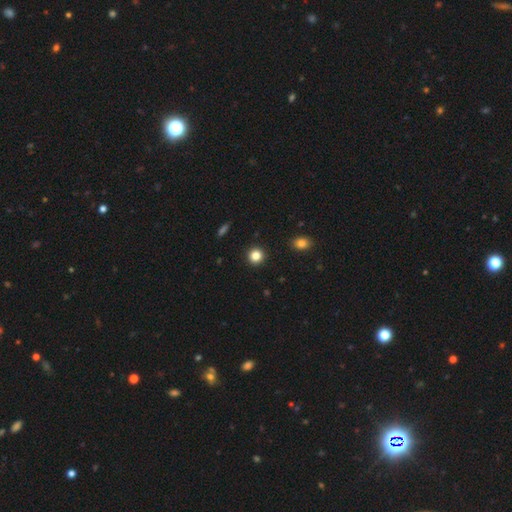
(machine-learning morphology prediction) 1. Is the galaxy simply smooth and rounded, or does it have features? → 83% smooth, 12% star or artifact, 5% featured or disk.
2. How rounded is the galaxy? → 92% round, 7% in between, 1% cigar-shaped.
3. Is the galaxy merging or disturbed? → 93% none, 5% minor disturbance, 2% major disturbance, 1% merger.